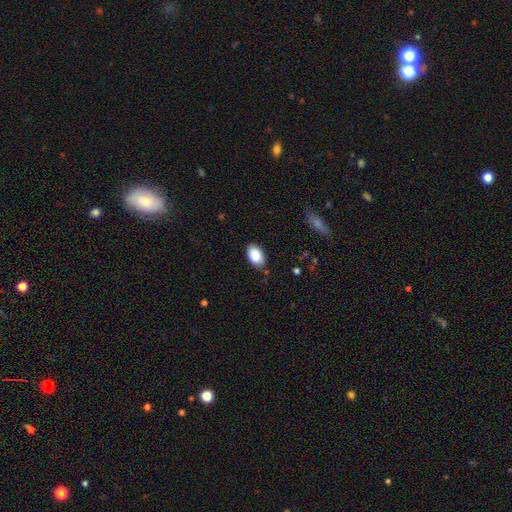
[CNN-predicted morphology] type=smooth (87%); roundness=in between (92%); merging=none (78%).